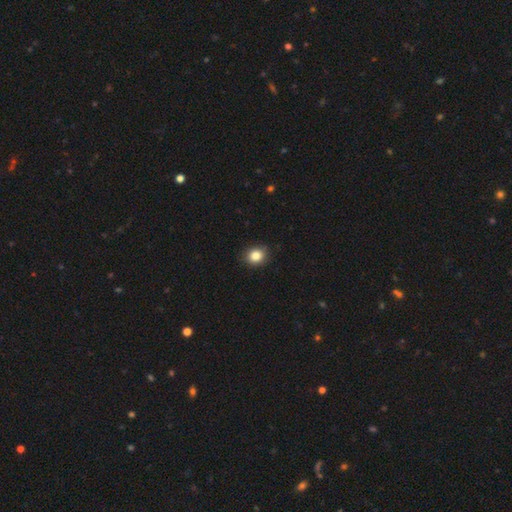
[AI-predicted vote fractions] Morphology: type=smooth (85%); roundness=round (71%); merging=none (88%).